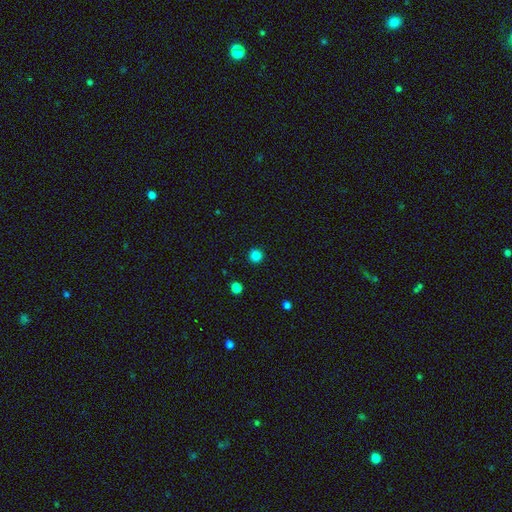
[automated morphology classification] This is clearly a smooth galaxy (84%). How rounded: clearly round (95%). Merging: clearly none (92%).